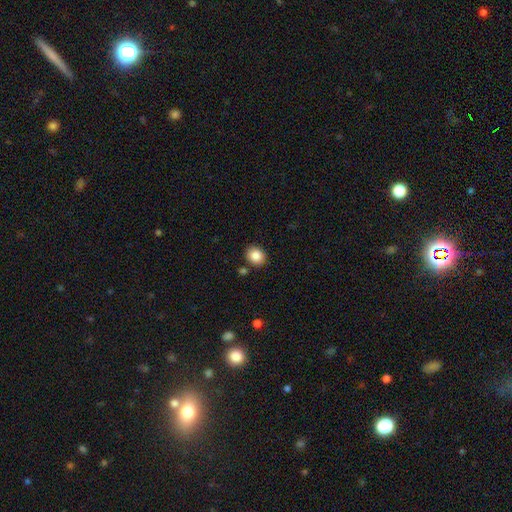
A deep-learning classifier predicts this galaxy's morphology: This is clearly a smooth galaxy (86%). How rounded: likely round (71%). Merging: clearly none (85%).